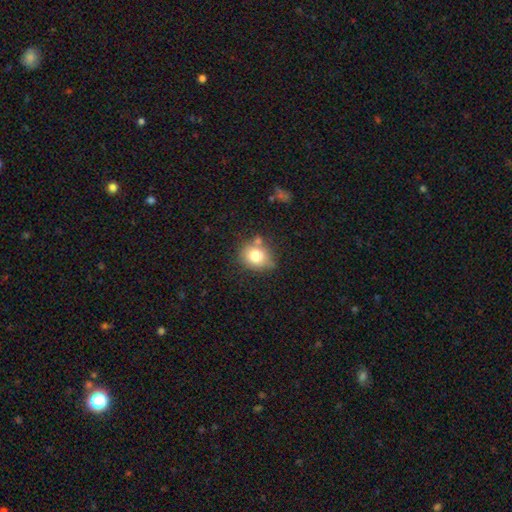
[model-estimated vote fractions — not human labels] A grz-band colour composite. It shows a smooth galaxy with no disk features (78%) that is round (65%). Merging: none (63%).